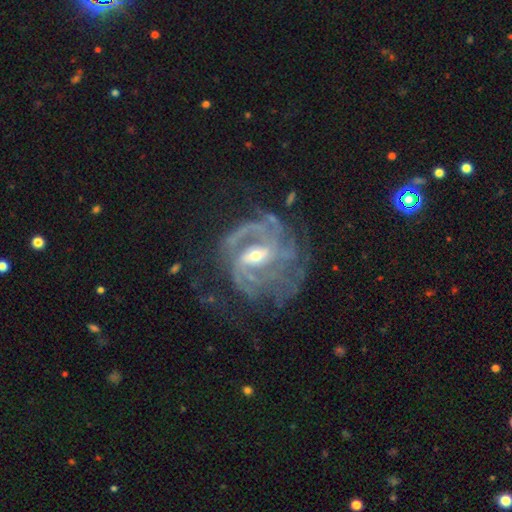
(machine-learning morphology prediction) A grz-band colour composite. It shows a featured or disk galaxy (89%) with a weak bar (48%), 2 (28%) tight (44%) spiral arms (96%) and a small central bulge (59%). Merging: none (52%).